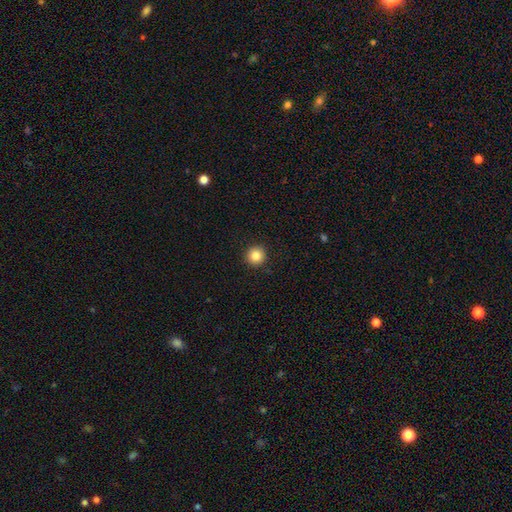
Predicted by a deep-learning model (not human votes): The model was most divided on "smooth or featured": smooth: 84%, star or artifact: 11%, featured or disk: 5%. More confident: how rounded — round (95%); merging — none (93%).